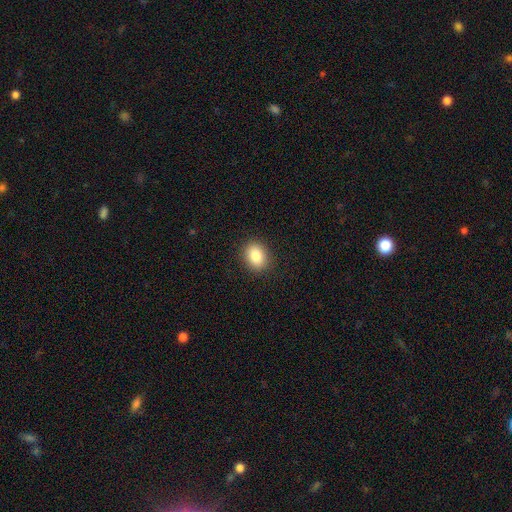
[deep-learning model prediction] Smooth or featured: smooth — 85% (star or artifact — 9%)
How rounded: in between — 53% (round — 46%)
Merging: none — 90% (minor disturbance — 7%)